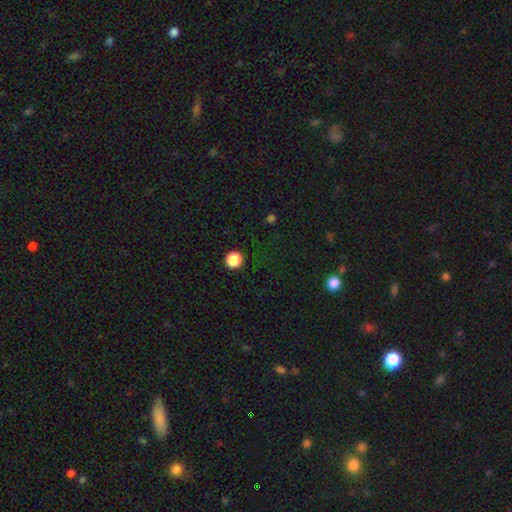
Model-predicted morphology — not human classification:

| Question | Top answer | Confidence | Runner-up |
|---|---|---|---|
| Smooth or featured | star or artifact | 63% | smooth (27%) |